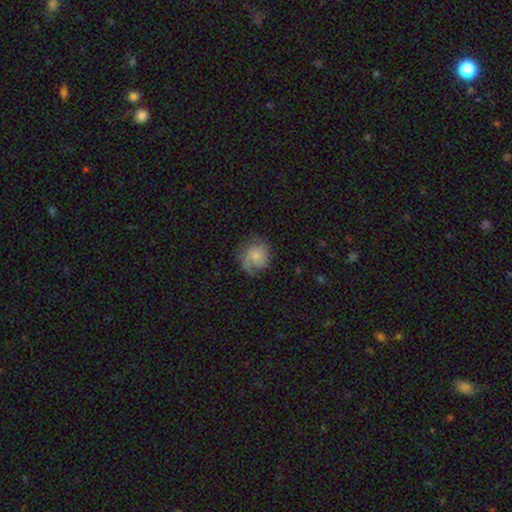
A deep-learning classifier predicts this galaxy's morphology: Q: Smooth or featured?
A: featured or disk (48%); runner-up: smooth (44%)
Q: Merging?
A: none (62%); runner-up: minor disturbance (23%)